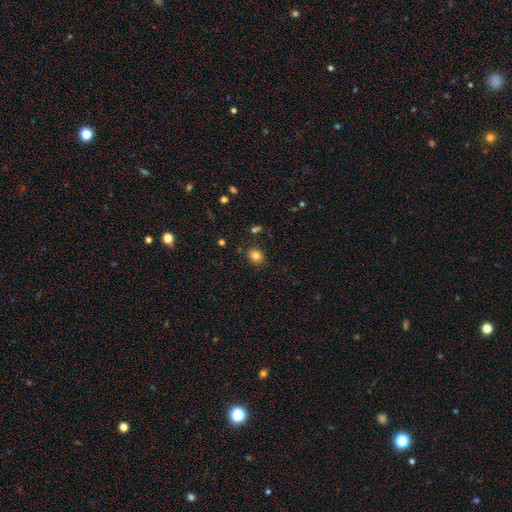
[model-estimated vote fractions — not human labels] Smooth or featured? Predicted: smooth (p=0.81). How rounded? Predicted: round (p=0.75). Merging? Predicted: none (p=0.86).